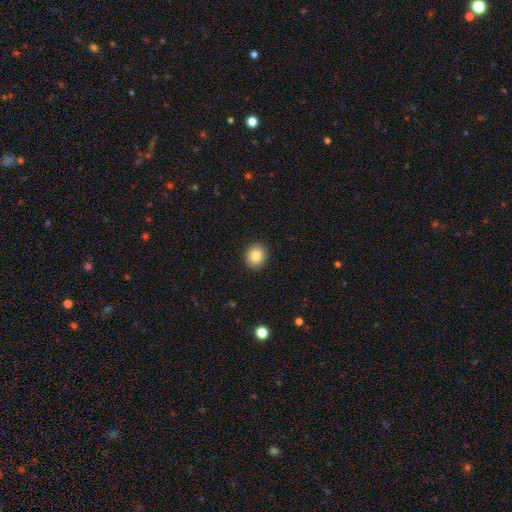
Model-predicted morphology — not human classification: Smooth or featured?
  - smooth: 84% *
  - star or artifact: 9%
  - featured or disk: 7%
How rounded?
  - round: 82% *
  - in between: 17%
  - cigar-shaped: 1%
Merging?
  - none: 91% *
  - minor disturbance: 6%
  - major disturbance: 2%
  - merger: 1%